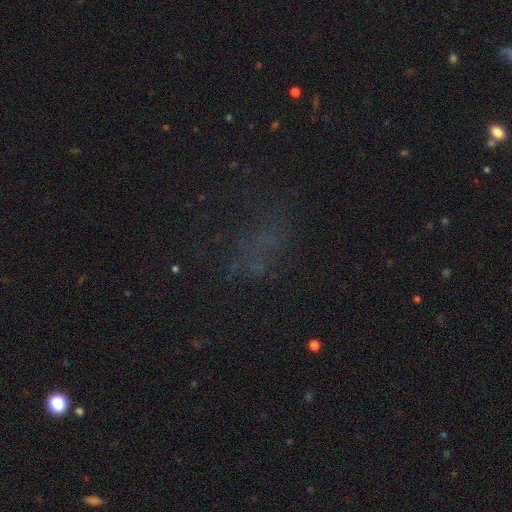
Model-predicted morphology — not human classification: Overall: star or artifact (44%; smooth 34%).